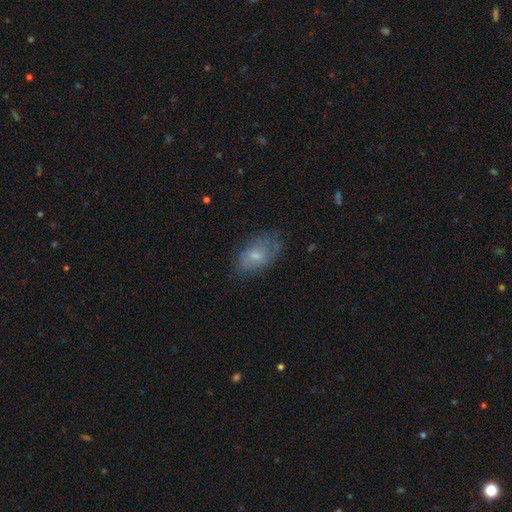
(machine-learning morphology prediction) A smooth galaxy with no disk features (53%) that is in between round and cigar-shaped (89%). Merging: none (60%).